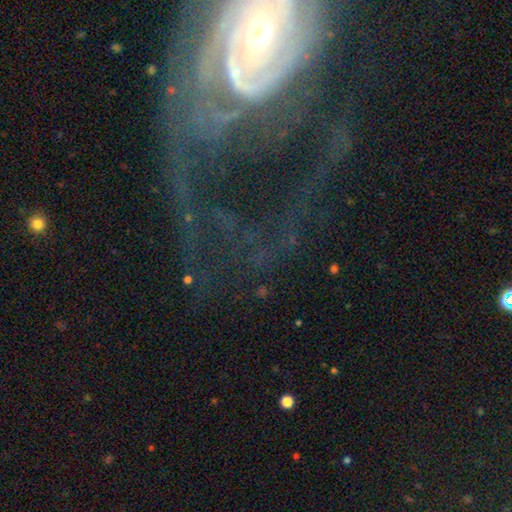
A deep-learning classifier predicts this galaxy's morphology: Smooth or featured: featured or disk — 74% (star or artifact — 15%)
Edge-on disk: no — 92% (yes — 8%)
Bar: no — 48% (weak — 28%)
Spiral arms: yes — 80% (no — 20%)
Spiral winding: tight — 40% (medium — 36%)
Spiral arm count: 2 — 37% (can't tell — 26%)
Bulge size: moderate — 43% (tied with small — 43%)
Merging: none — 44% (major disturbance — 35%)